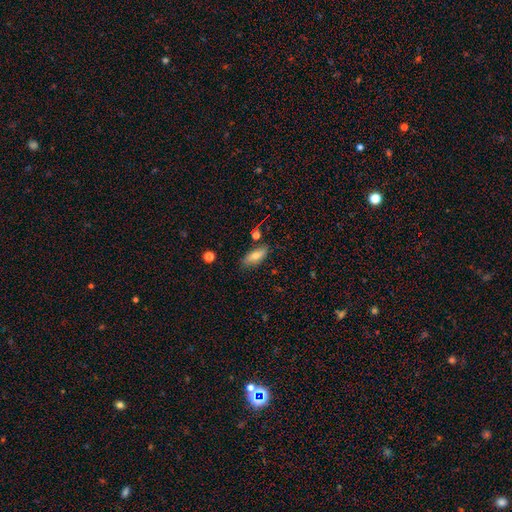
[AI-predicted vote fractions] Smooth or featured: smooth — 71% (featured or disk — 21%)
How rounded: in between — 76% (cigar-shaped — 21%)
Merging: none — 79% (minor disturbance — 14%)